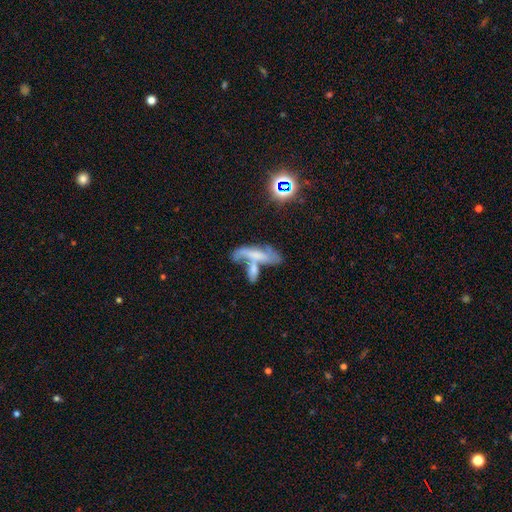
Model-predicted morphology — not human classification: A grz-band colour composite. It shows a featured or disk galaxy (43%, tied with smooth). Merging: merger (52%).